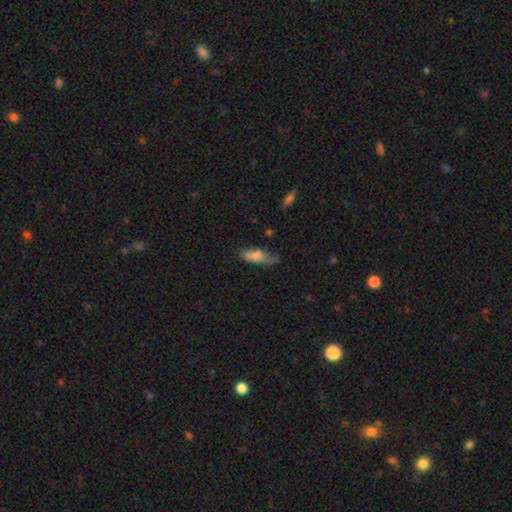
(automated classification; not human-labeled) Smooth or featured? smooth (75%)
How rounded? in between (58%)
Merging? none (44%)